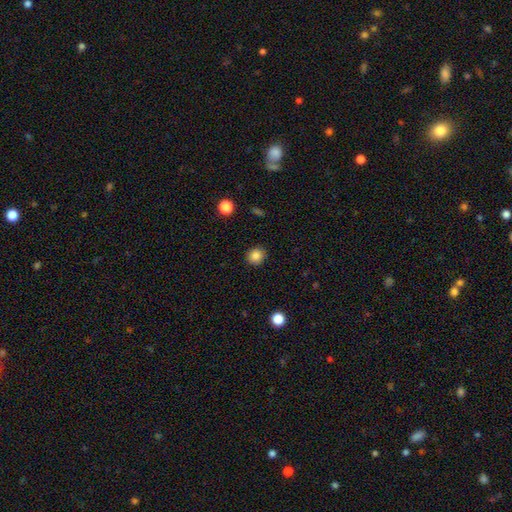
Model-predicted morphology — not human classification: smooth-or-featured: smooth: 85% | star or artifact: 10% | featured or disk: 5%
  how-rounded: round: 85% | in between: 14% | cigar-shaped: 1%
  merging: none: 90% | minor disturbance: 7% | major disturbance: 2% | merger: 1%